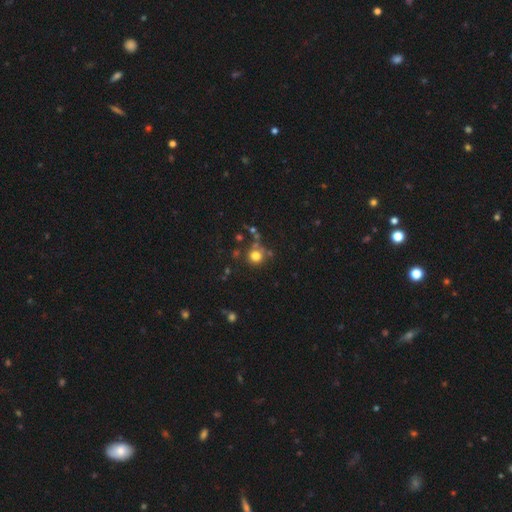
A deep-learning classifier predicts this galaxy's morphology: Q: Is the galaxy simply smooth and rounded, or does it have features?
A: smooth — 75%.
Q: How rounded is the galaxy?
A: round — 91%.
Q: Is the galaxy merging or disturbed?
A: none — 69%.